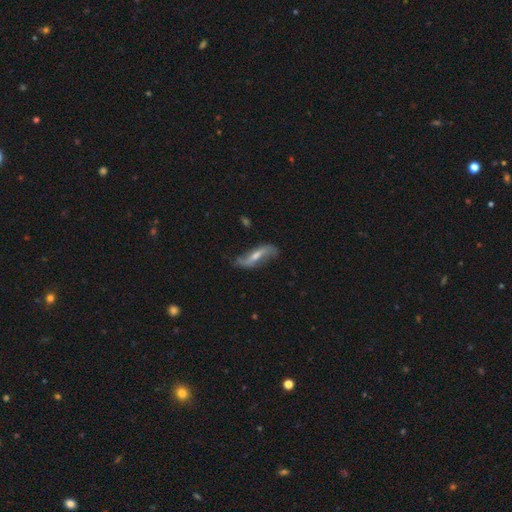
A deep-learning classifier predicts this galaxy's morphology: Q: Smooth or featured?
A: featured or disk (70%); runner-up: smooth (23%)
Q: Edge-on disk?
A: no (80%); runner-up: yes (20%)
Q: Bar?
A: weak (43%); runner-up: strong (32%)
Q: Spiral arms?
A: yes (86%); runner-up: no (14%)
Q: Bulge size?
A: moderate (52%); runner-up: small (37%)
Q: Merging?
A: none (65%); runner-up: minor disturbance (24%)